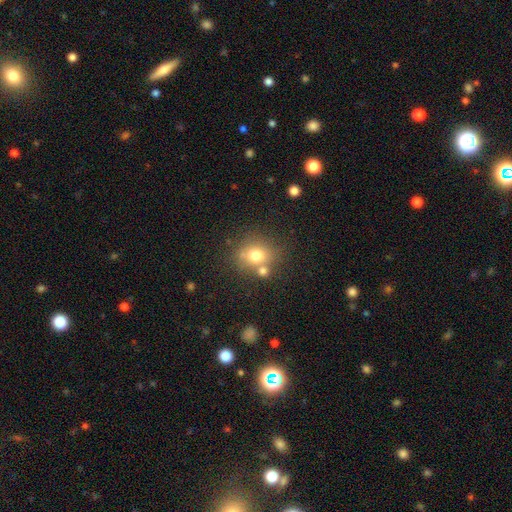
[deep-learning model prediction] Smooth or featured?
  - smooth: 73% *
  - featured or disk: 14%
  - star or artifact: 14%
How rounded?
  - round: 75% *
  - in between: 24%
  - cigar-shaped: 1%
Merging?
  - none: 61% *
  - merger: 22%
  - minor disturbance: 12%
  - major disturbance: 5%